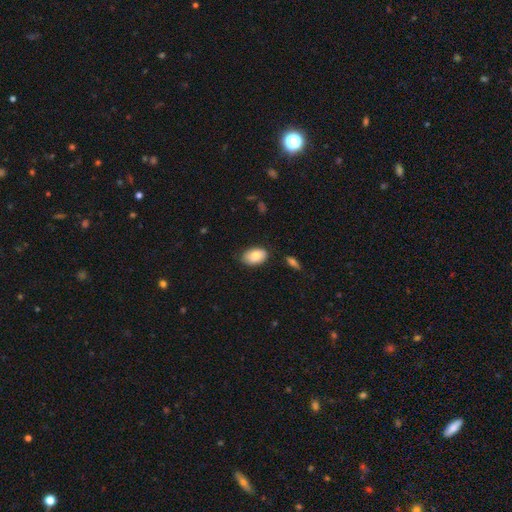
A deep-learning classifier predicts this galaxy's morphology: type=smooth (82%); roundness=in between (91%); merging=none (77%).